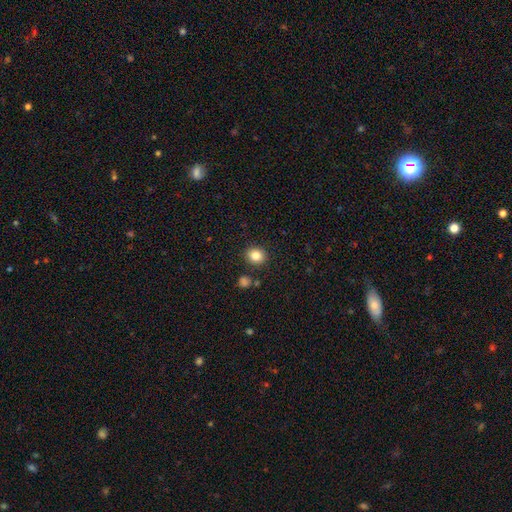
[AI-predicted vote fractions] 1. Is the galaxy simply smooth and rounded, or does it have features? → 83% smooth, 11% star or artifact, 6% featured or disk.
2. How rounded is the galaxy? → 75% round, 25% in between, 1% cigar-shaped.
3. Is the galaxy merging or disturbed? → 88% none, 7% minor disturbance, 3% merger, 2% major disturbance.